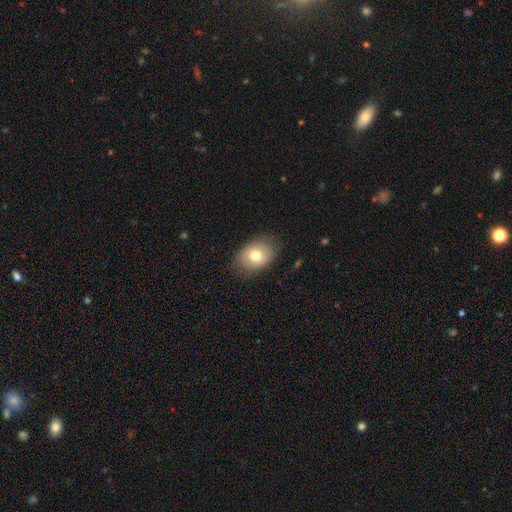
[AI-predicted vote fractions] The model was most divided on "how rounded": in between: 76%, round: 23%, cigar-shaped: 1%. More confident: merging — none (80%); smooth or featured — smooth (74%).